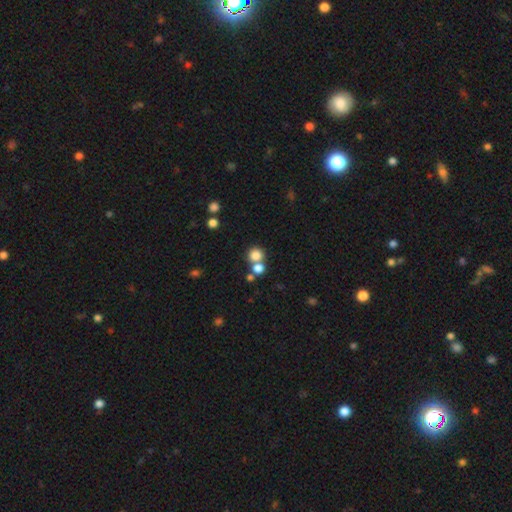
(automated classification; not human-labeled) Overall: smooth (80%). How rounded: round (85%). Merging: none (54%; merger 34%).